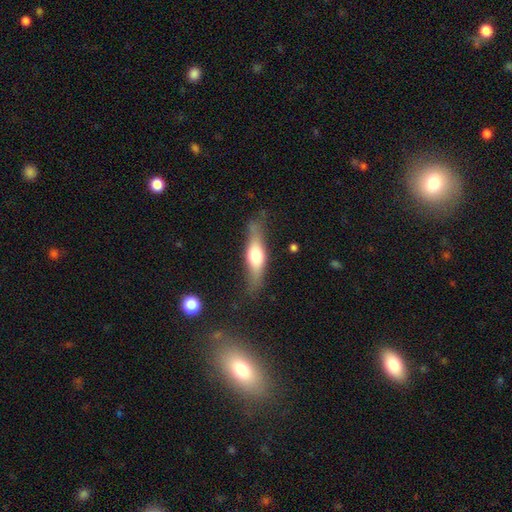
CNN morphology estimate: Smooth or featured? featured or disk (50%)
Edge-on disk? yes (86%)
Merging? none (74%)